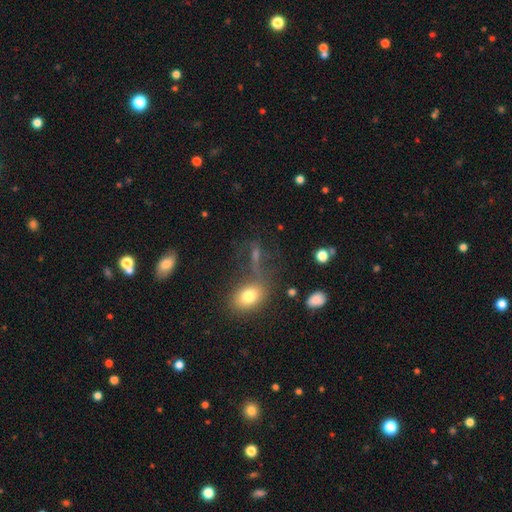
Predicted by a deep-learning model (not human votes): smooth-or-featured: smooth: 45% | star or artifact: 32% | featured or disk: 23%
  merging: none: 52% | merger: 19% | minor disturbance: 15% | major disturbance: 14%